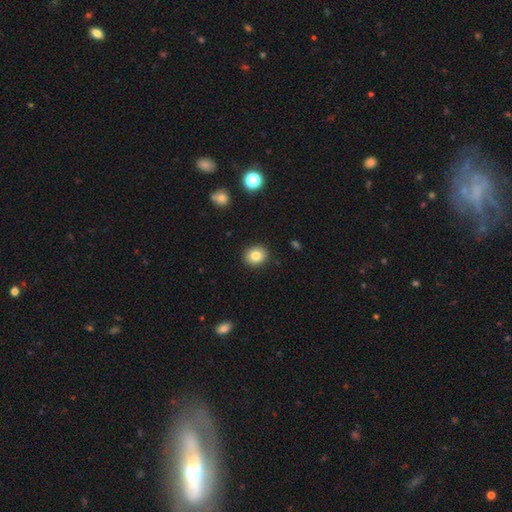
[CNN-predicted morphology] Q: Smooth or featured?
A: smooth (82%); runner-up: star or artifact (10%)
Q: How rounded?
A: round (71%); runner-up: in between (29%)
Q: Merging?
A: none (90%); runner-up: minor disturbance (7%)